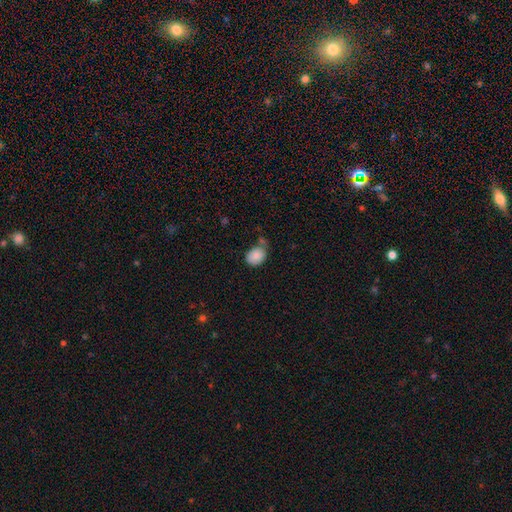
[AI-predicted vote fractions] The model was most divided on "how rounded": in between: 57%, round: 42%, cigar-shaped: 1%. More confident: smooth or featured — smooth (87%); merging — none (56%).